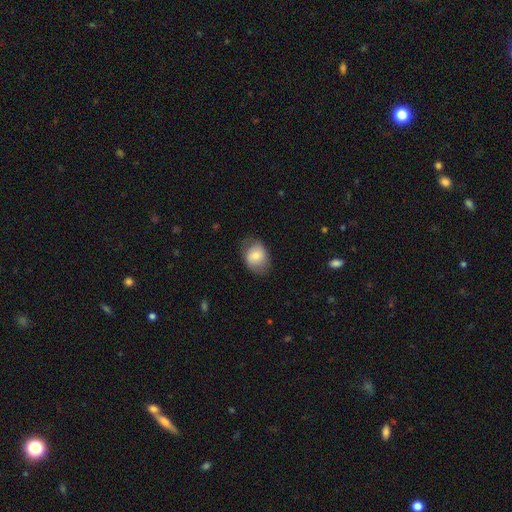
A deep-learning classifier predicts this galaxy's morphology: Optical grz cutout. It shows a smooth galaxy with no disk features (73%) that is in between round and cigar-shaped (66%). Merging: none (70%).